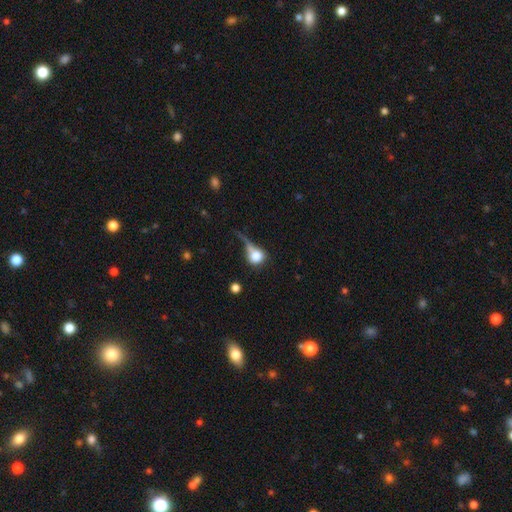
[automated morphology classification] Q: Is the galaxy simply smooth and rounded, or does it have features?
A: smooth — 69%.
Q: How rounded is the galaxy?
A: round — 68%.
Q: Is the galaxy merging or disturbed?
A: major disturbance — 38%.